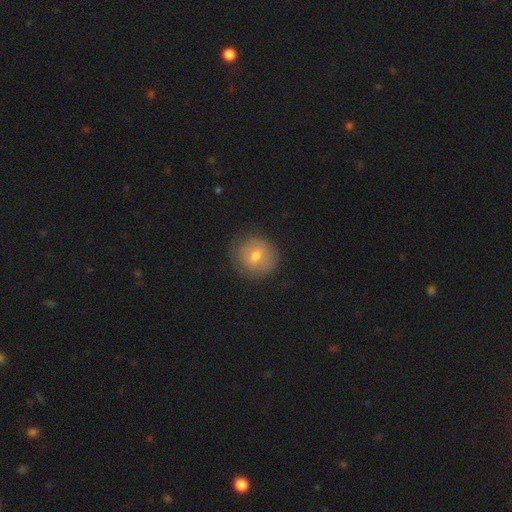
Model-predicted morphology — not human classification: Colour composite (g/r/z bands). It shows a smooth galaxy with no disk features (62%) that is round (90%). Merging: none (81%).